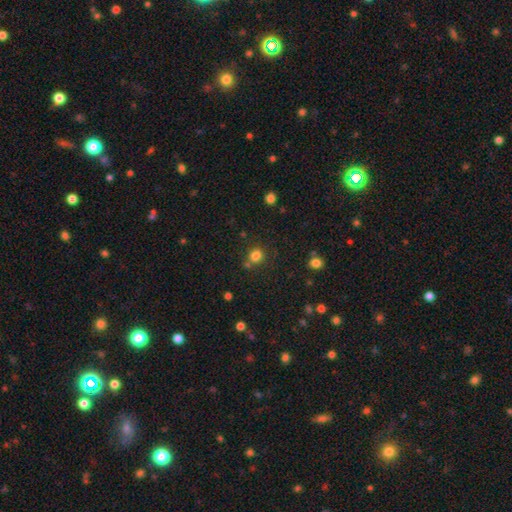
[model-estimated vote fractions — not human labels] Smooth or featured?
  - smooth: 80% *
  - star or artifact: 15%
  - featured or disk: 5%
How rounded?
  - round: 86% *
  - in between: 13%
  - cigar-shaped: 1%
Merging?
  - none: 75% *
  - merger: 13%
  - minor disturbance: 9%
  - major disturbance: 3%